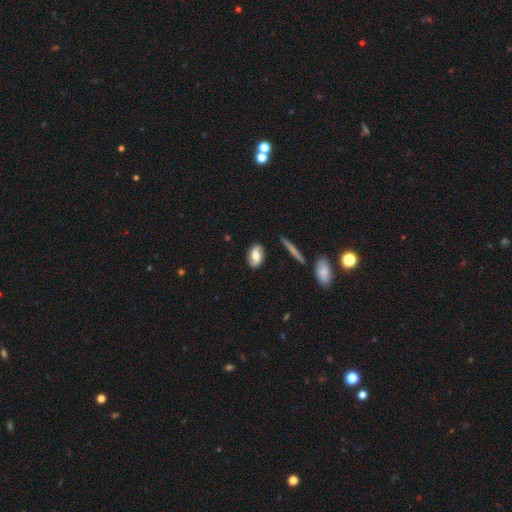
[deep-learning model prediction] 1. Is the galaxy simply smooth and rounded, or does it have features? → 50% smooth, 43% featured or disk, 7% star or artifact.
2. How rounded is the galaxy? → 87% in between, 8% round, 5% cigar-shaped.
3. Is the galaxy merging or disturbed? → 82% none, 13% minor disturbance, 3% major disturbance, 2% merger.